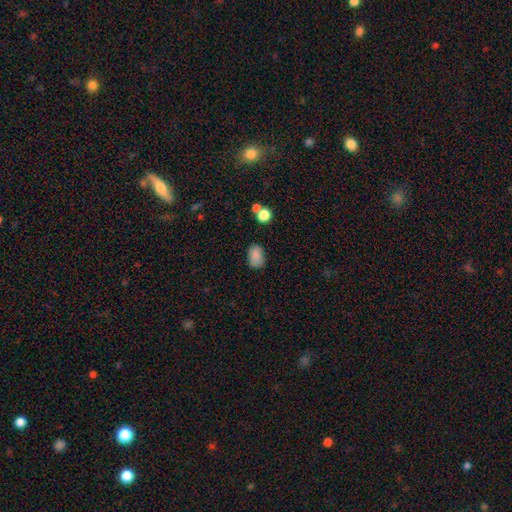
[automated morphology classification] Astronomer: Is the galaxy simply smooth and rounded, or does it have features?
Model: smooth — 86%.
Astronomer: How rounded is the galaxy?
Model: in between — 82%.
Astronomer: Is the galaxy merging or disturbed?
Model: none — 76%.